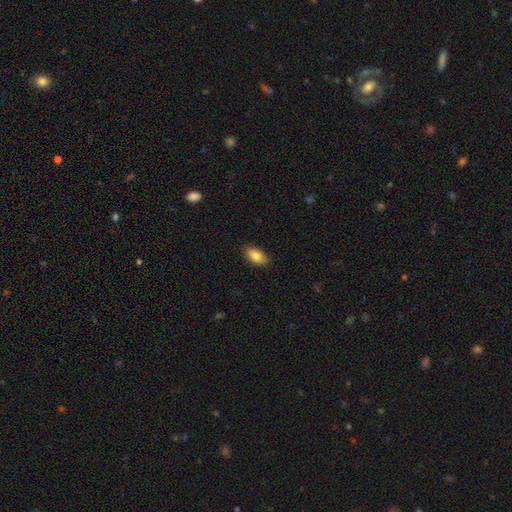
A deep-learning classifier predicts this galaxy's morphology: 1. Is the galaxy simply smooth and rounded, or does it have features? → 85% smooth, 8% featured or disk, 7% star or artifact.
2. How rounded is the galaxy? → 92% in between, 5% cigar-shaped, 4% round.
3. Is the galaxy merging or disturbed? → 88% none, 9% minor disturbance, 2% major disturbance, 1% merger.